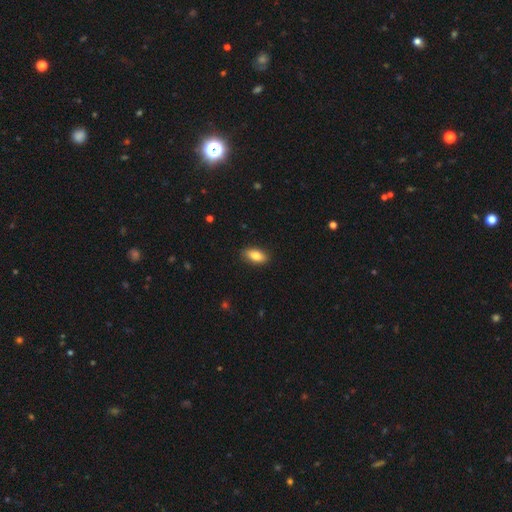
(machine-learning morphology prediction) Q: Smooth or featured?
A: smooth (83%); runner-up: featured or disk (10%)
Q: How rounded?
A: in between (86%); runner-up: cigar-shaped (11%)
Q: Merging?
A: none (88%); runner-up: minor disturbance (9%)